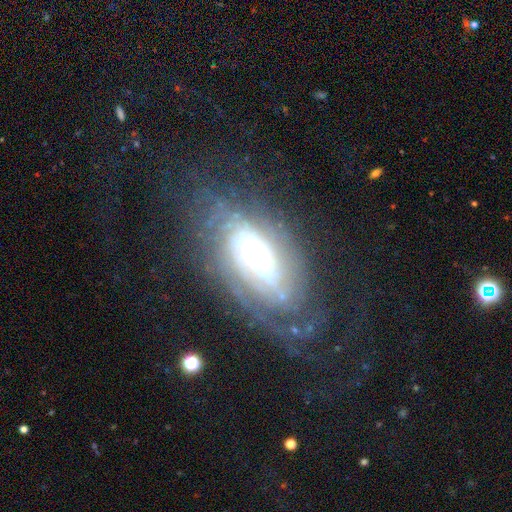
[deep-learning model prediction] featured or disk 79%, smooth 12%, star or artifact 9%. Down the decision tree: edge-on disk — no (92%); bar — no (67%); spiral arms — yes (93%); spiral arm count — can't tell (44%); spiral winding — tight (70%); bulge size — large (37%); merging — none (65%).